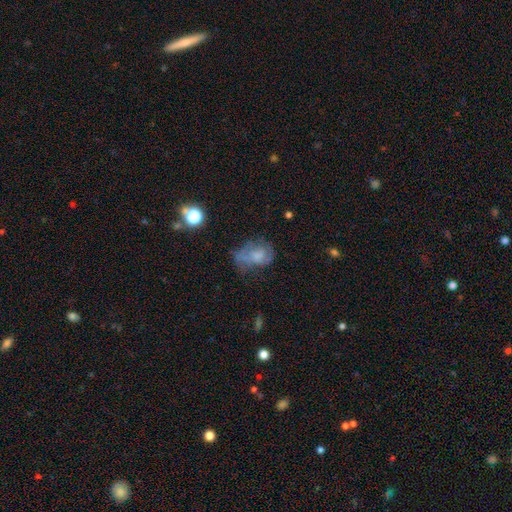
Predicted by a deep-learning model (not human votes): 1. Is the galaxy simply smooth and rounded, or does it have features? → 47% smooth, 39% featured or disk, 14% star or artifact.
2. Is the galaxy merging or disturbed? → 34% none, 33% major disturbance, 28% minor disturbance, 6% merger.